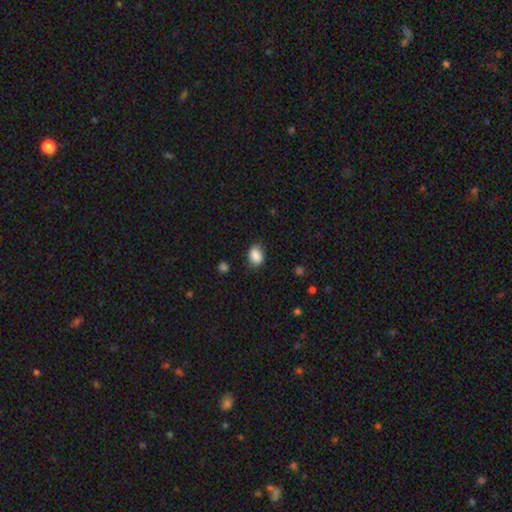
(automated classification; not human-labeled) smooth_or_featured: smooth (p=0.88) [alt: star or artifact p=0.08]
how_rounded: in between (p=0.72) [alt: round p=0.27]
merging: none (p=0.74) [alt: minor disturbance p=0.21]